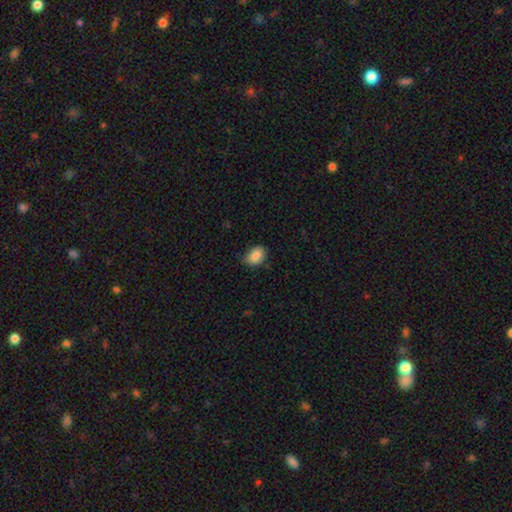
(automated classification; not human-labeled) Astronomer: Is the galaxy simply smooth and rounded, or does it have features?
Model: smooth — 87%.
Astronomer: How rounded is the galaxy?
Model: in between — 79%.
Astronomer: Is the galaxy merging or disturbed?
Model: none — 72%.